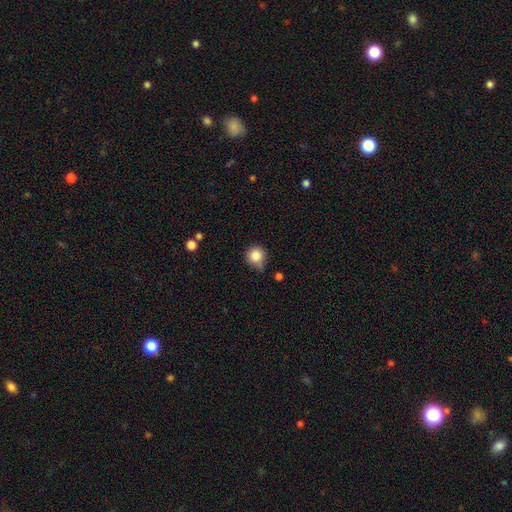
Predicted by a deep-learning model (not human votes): Smooth or featured? Predicted: smooth (p=0.84). How rounded? Predicted: round (p=0.91). Merging? Predicted: none (p=0.58).